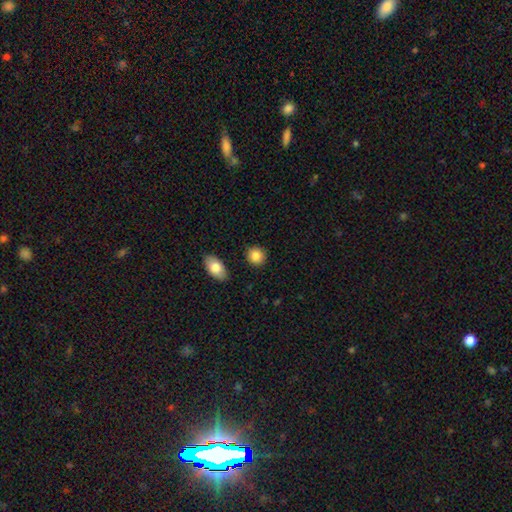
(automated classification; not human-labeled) A smooth galaxy with no disk features (86%) that is round (82%).

Vote fractions:
- Smooth or featured? smooth: 86% / star or artifact: 8% / featured or disk: 7%
- How rounded? round: 82% / in between: 17% / cigar-shaped: 1%
- Merging? none: 87% / minor disturbance: 7% / merger: 3% / major disturbance: 2%